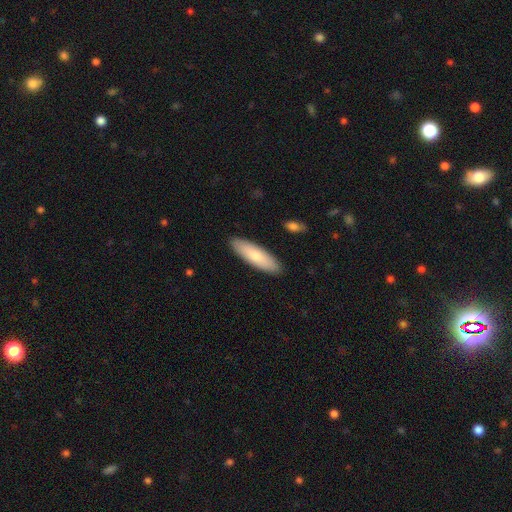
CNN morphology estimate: A smooth galaxy with no disk features (77%) that is cigar-shaped (55%). Merging: none (90%).